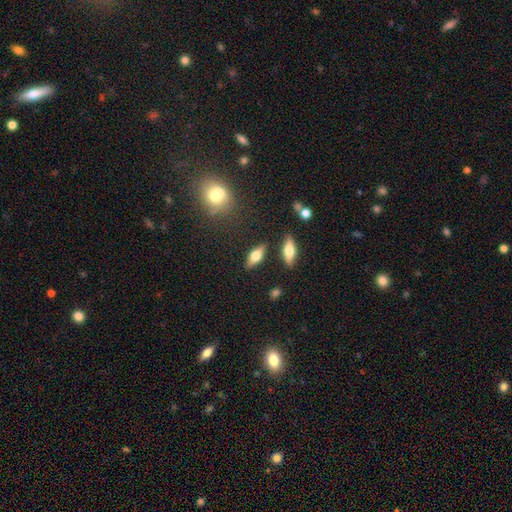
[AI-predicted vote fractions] Smooth or featured?
  - smooth: 53% *
  - featured or disk: 39%
  - star or artifact: 8%
How rounded?
  - in between: 67% *
  - cigar-shaped: 29%
  - round: 4%
Merging?
  - none: 83% *
  - minor disturbance: 10%
  - merger: 4%
  - major disturbance: 3%